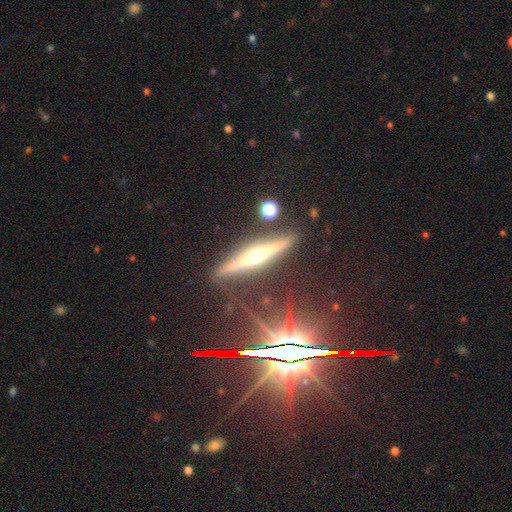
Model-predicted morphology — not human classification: A featured or disk galaxy (72%) viewed edge-on (97%) with a rounded central bulge (86%).

Vote fractions:
- Smooth or featured? featured or disk: 72% / smooth: 16% / star or artifact: 12%
- Edge-on disk? yes: 97% / no: 3%
- Edge-on bulge? rounded: 86% / none: 8% / boxy: 7%
- Merging? none: 87% / minor disturbance: 8% / merger: 2% / major disturbance: 2%